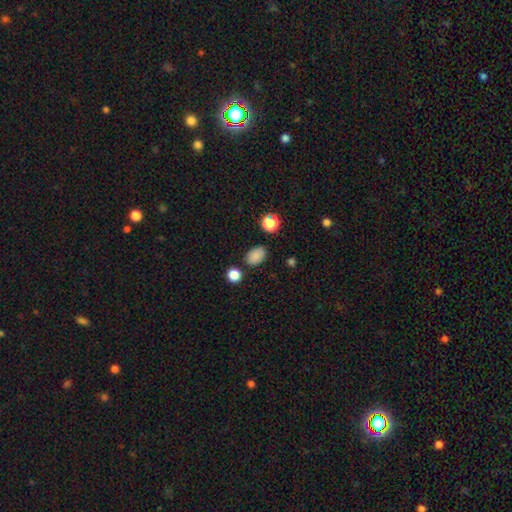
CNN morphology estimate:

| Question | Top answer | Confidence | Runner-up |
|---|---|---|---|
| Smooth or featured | smooth | 84% | star or artifact (12%) |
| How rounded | in between | 84% | round (15%) |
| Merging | none | 81% | minor disturbance (12%) |